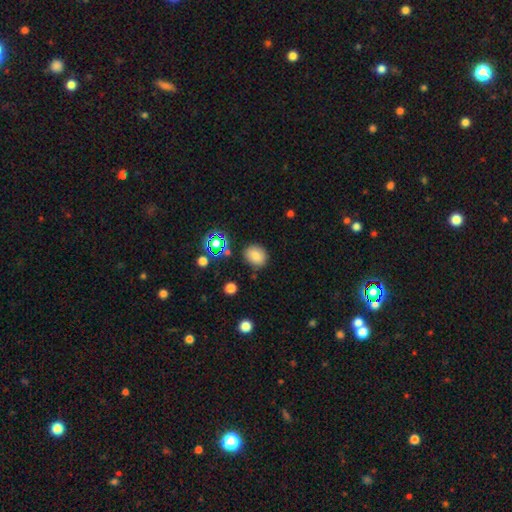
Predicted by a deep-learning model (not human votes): This is likely a smooth galaxy (79%). How rounded: possibly round (59%). Merging: clearly none (82%).